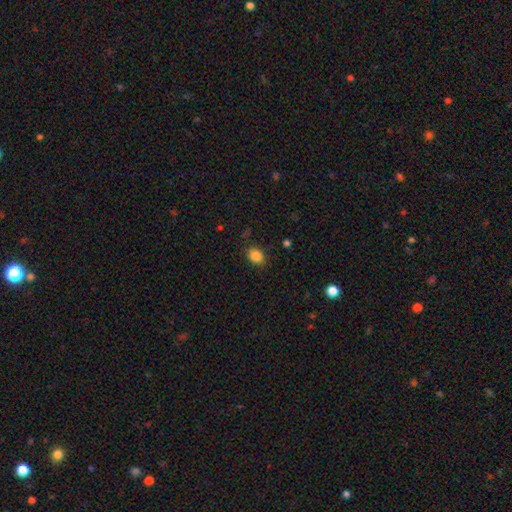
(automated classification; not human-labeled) Smooth or featured: smooth — 85% (star or artifact — 10%)
How rounded: in between — 64% (round — 35%)
Merging: none — 83% (minor disturbance — 13%)